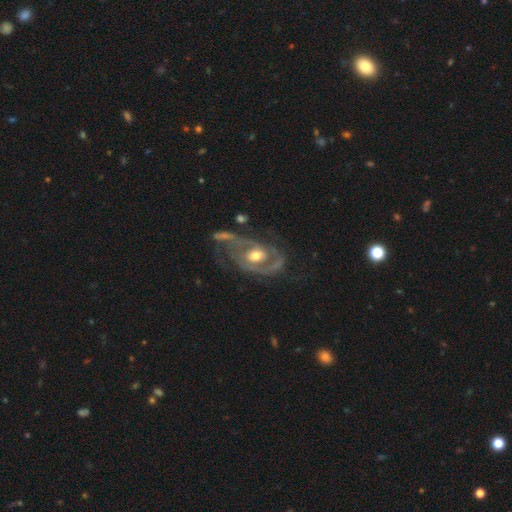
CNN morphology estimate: The model was most divided on "spiral winding": medium: 43%, tight: 40%, loose: 17%. Remaining: edge-on disk — no (97%); spiral arms — yes (90%); smooth or featured — featured or disk (86%); bulge size — moderate (73%); spiral arm count — 2 (65%); bar — no (60%); merging — none (46%).